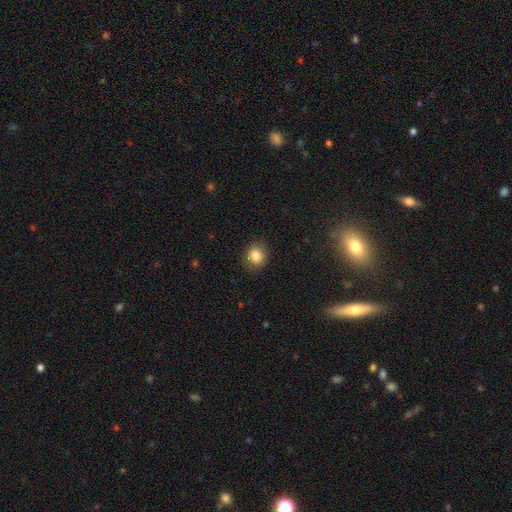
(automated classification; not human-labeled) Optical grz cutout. It shows a smooth galaxy with no disk features (84%) that is round (68%). Merging: none (86%).